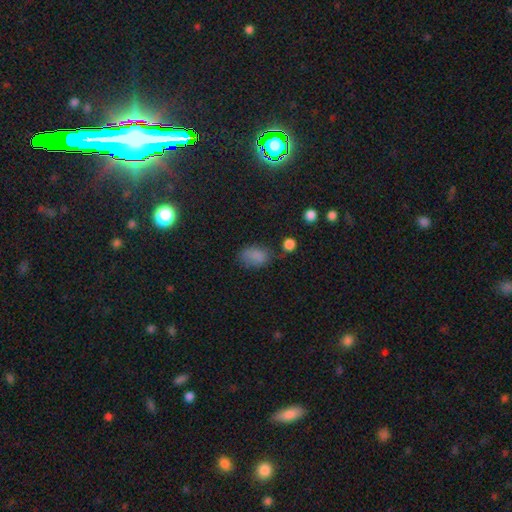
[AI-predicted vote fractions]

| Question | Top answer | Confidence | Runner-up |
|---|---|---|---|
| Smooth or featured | smooth | 79% | star or artifact (14%) |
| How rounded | in between | 83% | round (15%) |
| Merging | none | 60% | minor disturbance (26%) |